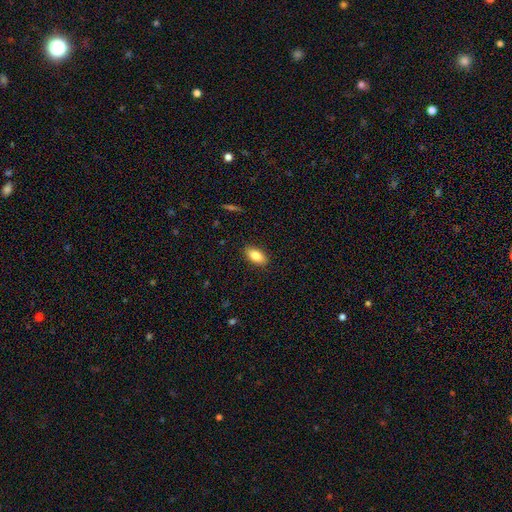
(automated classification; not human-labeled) Smooth or featured?
  - smooth: 82% *
  - featured or disk: 11%
  - star or artifact: 8%
How rounded?
  - in between: 90% *
  - cigar-shaped: 5%
  - round: 5%
Merging?
  - none: 88% *
  - minor disturbance: 9%
  - major disturbance: 2%
  - merger: 1%